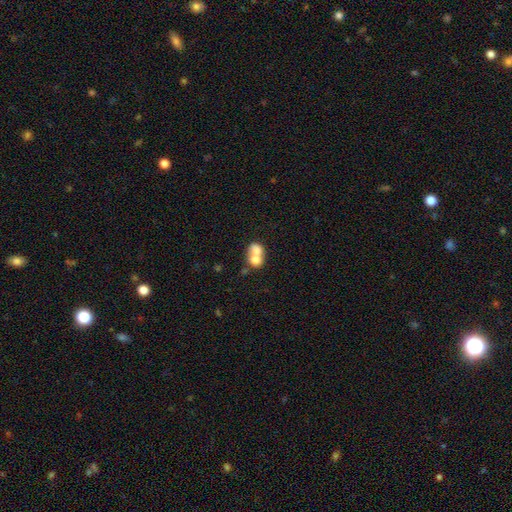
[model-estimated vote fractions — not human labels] smooth 68%, featured or disk 24%, star or artifact 8%. Down the decision tree: how rounded — round (53%); merging — merger (73%).